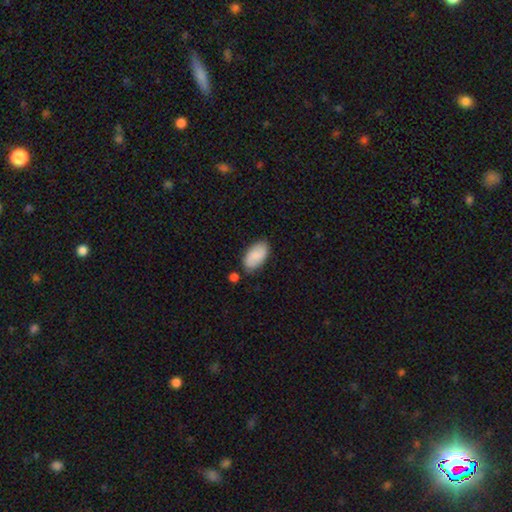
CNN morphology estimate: Smooth or featured? smooth (76%)
How rounded? in between (94%)
Merging? none (76%)